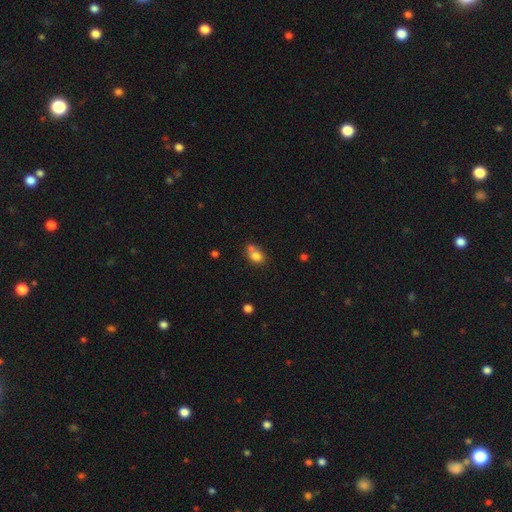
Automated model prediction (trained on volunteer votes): smooth 78%, featured or disk 11%, star or artifact 11%. Down the decision tree: how rounded — in between (50%); merging — merger (42%).